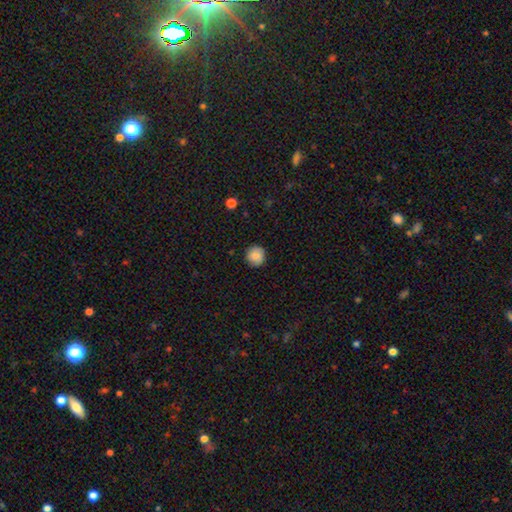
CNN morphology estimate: Q: Smooth or featured?
A: smooth (81%); runner-up: featured or disk (11%)
Q: How rounded?
A: round (92%); runner-up: in between (7%)
Q: Merging?
A: none (88%); runner-up: minor disturbance (9%)